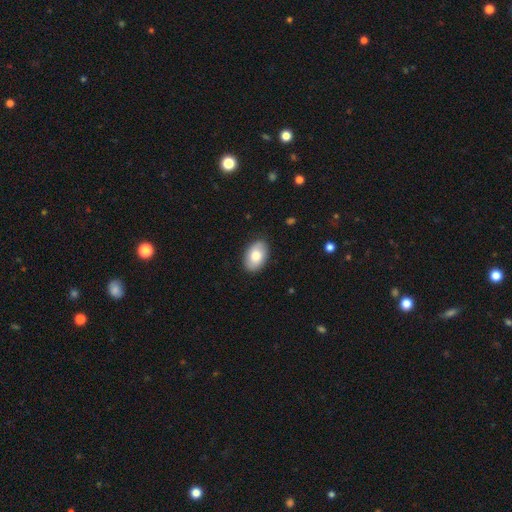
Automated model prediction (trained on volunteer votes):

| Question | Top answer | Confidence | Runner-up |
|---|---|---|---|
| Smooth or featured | smooth | 77% | featured or disk (17%) |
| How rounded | in between | 91% | round (8%) |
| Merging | none | 87% | minor disturbance (10%) |